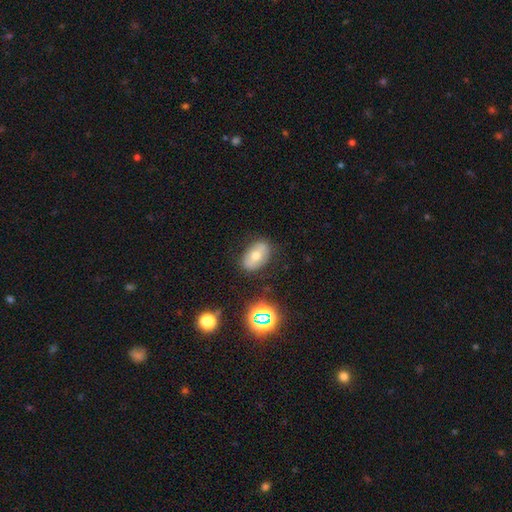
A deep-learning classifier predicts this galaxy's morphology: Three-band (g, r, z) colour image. It shows a smooth galaxy with no disk features (55%) that is in between round and cigar-shaped (85%). Merging: none (81%).